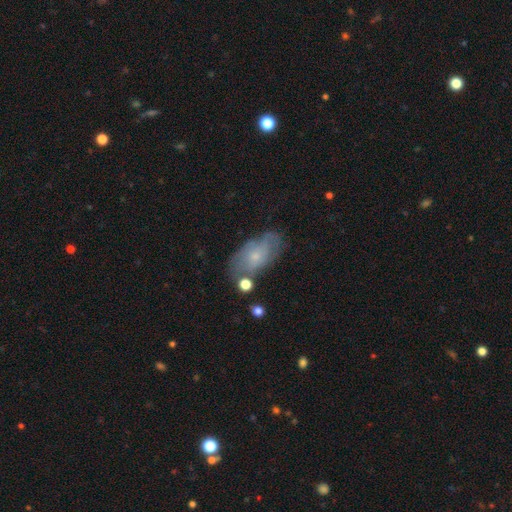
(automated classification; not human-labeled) Smooth or featured? Predicted: smooth (p=0.53). How rounded? Predicted: in between (p=0.90). Merging? Predicted: none (p=0.56).